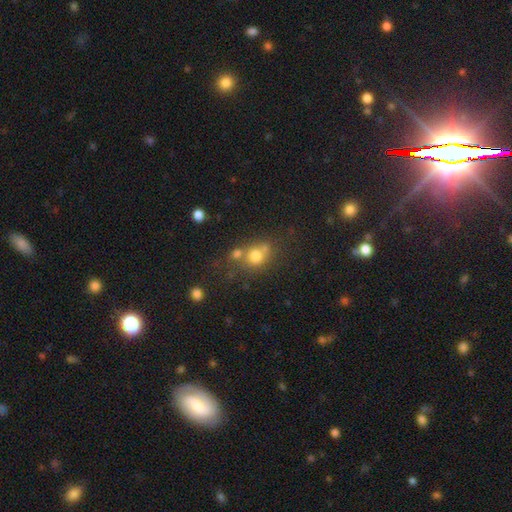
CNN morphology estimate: smooth_or_featured: smooth (p=0.72) [alt: star or artifact p=0.15]
how_rounded: round (p=0.73) [alt: in between p=0.25]
merging: none (p=0.45) [alt: merger p=0.36]